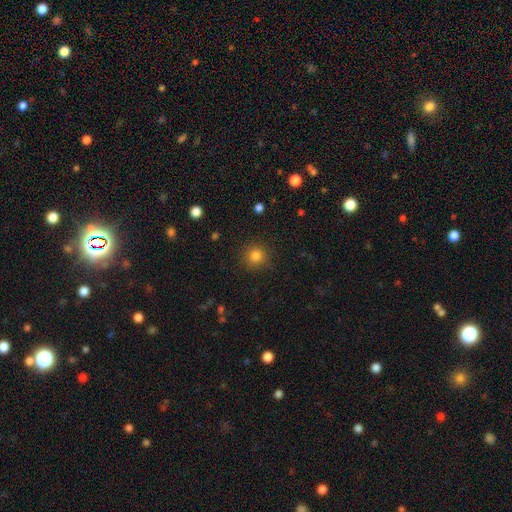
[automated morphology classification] smooth_or_featured: smooth (p=0.82) [alt: star or artifact p=0.13]
how_rounded: round (p=0.93) [alt: in between p=0.06]
merging: none (p=0.88) [alt: minor disturbance p=0.08]